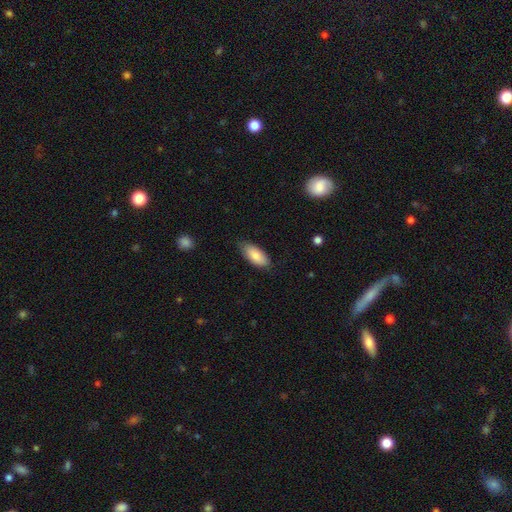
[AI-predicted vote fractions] A smooth galaxy with no disk features (84%) that is in between round and cigar-shaped (89%).

Vote fractions:
- Smooth or featured? smooth: 84% / featured or disk: 10% / star or artifact: 6%
- How rounded? in between: 89% / cigar-shaped: 9% / round: 2%
- Merging? none: 79% / minor disturbance: 17% / major disturbance: 3% / merger: 1%